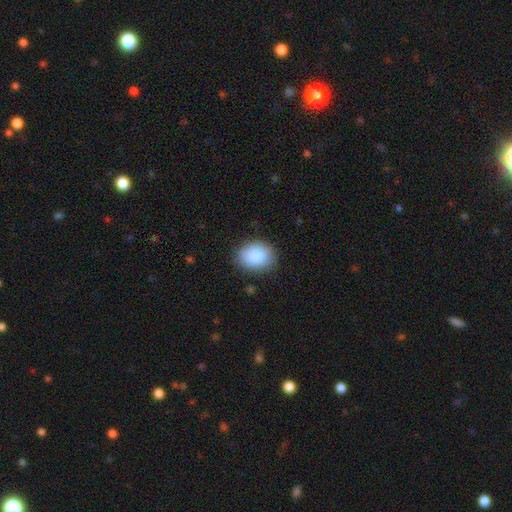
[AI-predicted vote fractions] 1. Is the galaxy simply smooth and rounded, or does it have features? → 89% smooth, 7% star or artifact, 4% featured or disk.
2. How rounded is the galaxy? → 58% in between, 41% round, 1% cigar-shaped.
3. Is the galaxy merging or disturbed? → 83% none, 13% minor disturbance, 3% major disturbance, 1% merger.